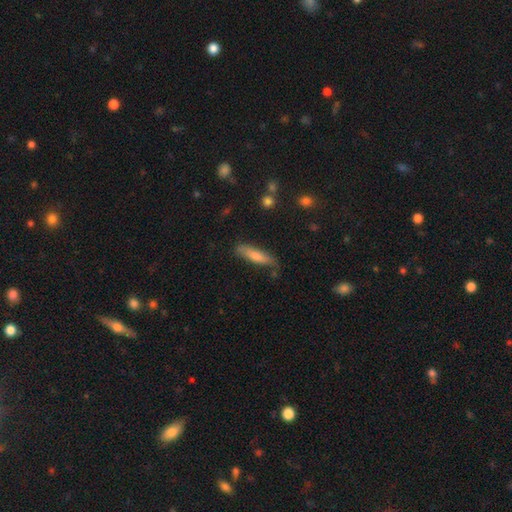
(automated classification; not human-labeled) The model was most divided on "how rounded": cigar-shaped: 74%, in between: 24%, round: 2%. More confident: merging — none (75%); smooth or featured — smooth (73%).